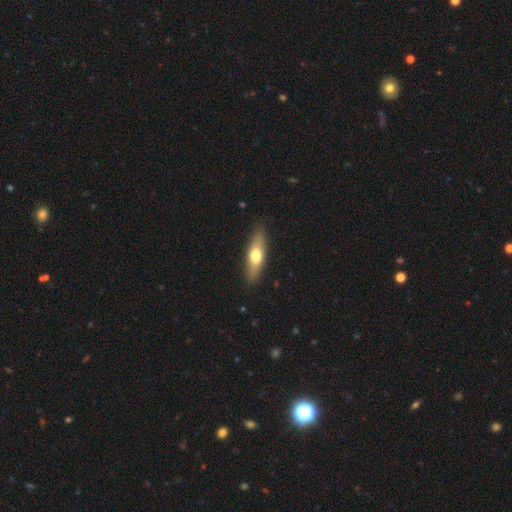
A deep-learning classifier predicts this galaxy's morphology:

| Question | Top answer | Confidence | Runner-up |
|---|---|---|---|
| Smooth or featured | smooth | 62% | featured or disk (33%) |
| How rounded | in between | 50% | cigar-shaped (47%) |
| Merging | none | 87% | minor disturbance (10%) |